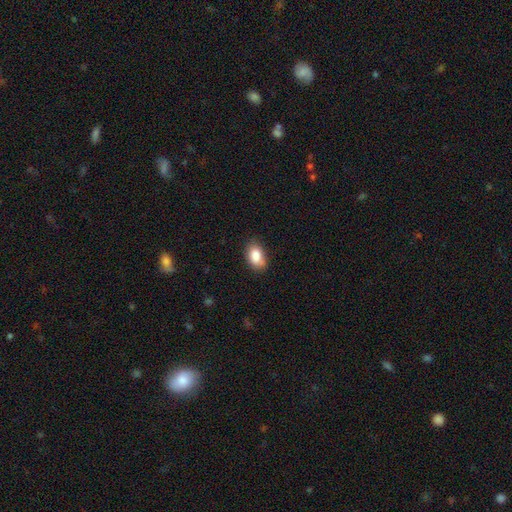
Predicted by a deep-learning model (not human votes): This is clearly a smooth galaxy (86%). How rounded: clearly in between (88%). Merging: likely none (70%).